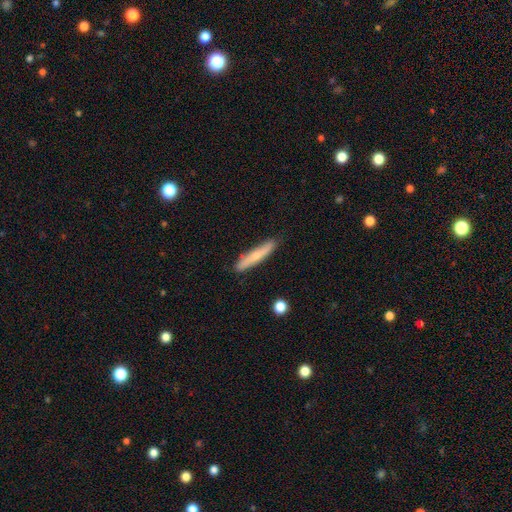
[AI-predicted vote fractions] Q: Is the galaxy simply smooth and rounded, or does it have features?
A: smooth — 60%.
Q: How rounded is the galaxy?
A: cigar-shaped — 92%.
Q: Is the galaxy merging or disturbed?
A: none — 86%.